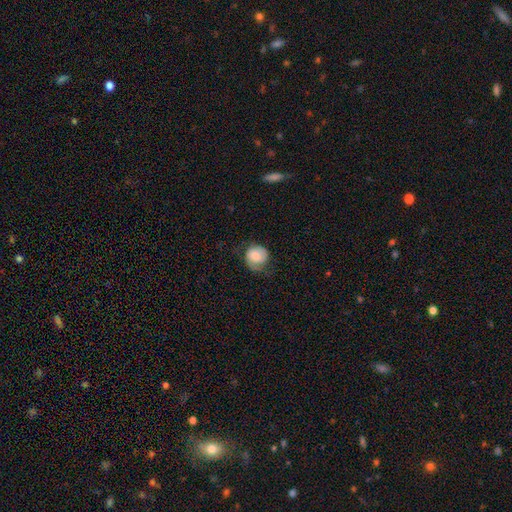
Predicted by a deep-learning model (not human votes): smooth_or_featured: smooth (p=0.63) [alt: featured or disk p=0.30]
how_rounded: round (p=0.79) [alt: in between p=0.20]
merging: none (p=0.53) [alt: minor disturbance p=0.28]